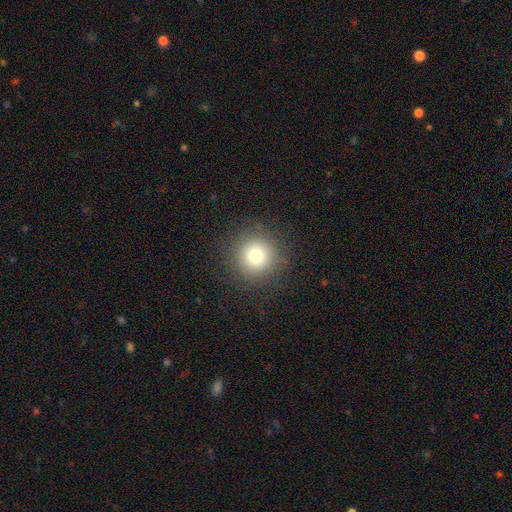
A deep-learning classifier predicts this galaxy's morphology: smooth_or_featured: smooth (p=0.77) [alt: star or artifact p=0.14]
how_rounded: round (p=0.95) [alt: in between p=0.04]
merging: none (p=0.89) [alt: minor disturbance p=0.07]